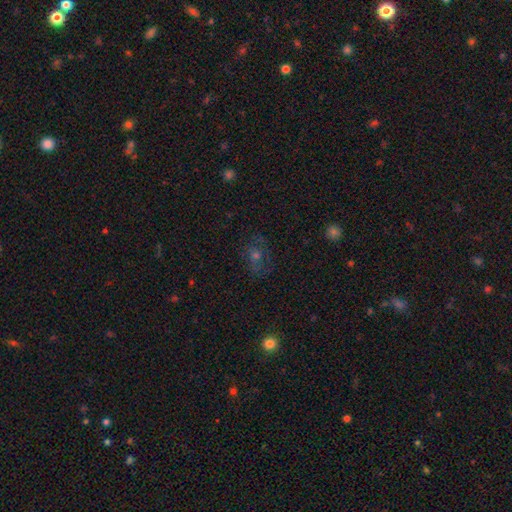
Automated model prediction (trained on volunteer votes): Smooth or featured? smooth (36%, tied with featured or disk)
Merging? none (71%)